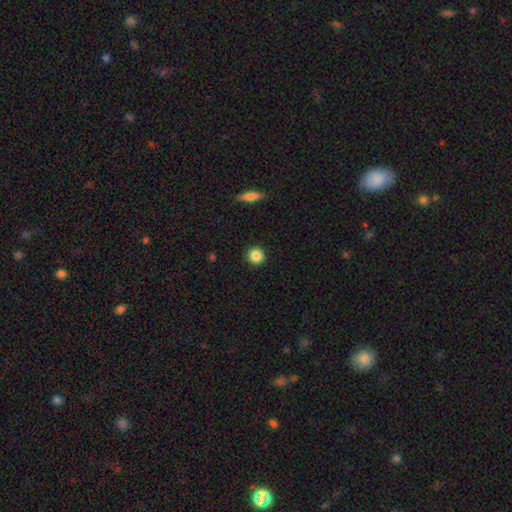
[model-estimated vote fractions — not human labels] A smooth galaxy with no disk features (86%) that is round (94%). Merging: none (93%).